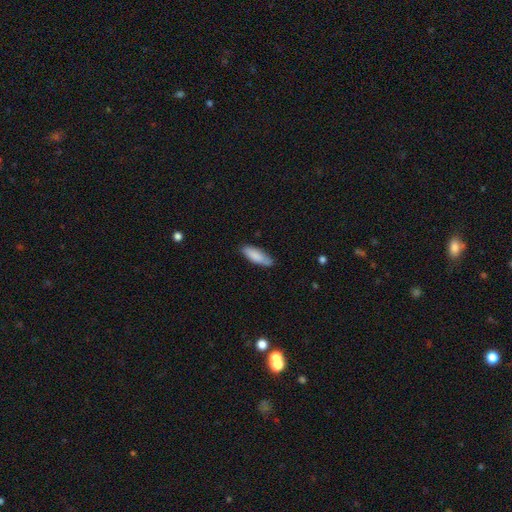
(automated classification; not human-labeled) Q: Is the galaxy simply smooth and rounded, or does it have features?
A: smooth — 85%.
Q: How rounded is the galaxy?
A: in between — 57%.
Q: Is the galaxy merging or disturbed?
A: none — 75%.